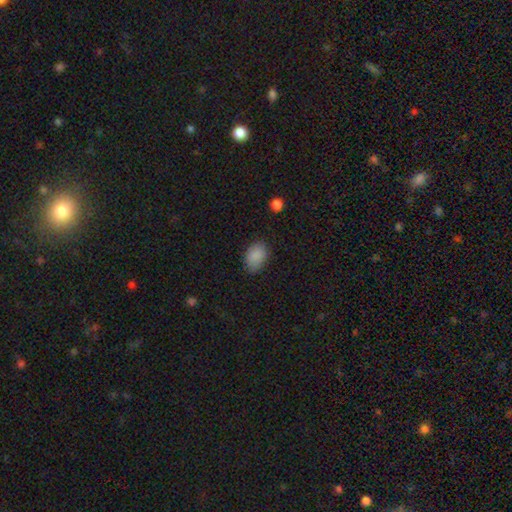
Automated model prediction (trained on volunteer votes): Q: Smooth or featured?
A: smooth (88%); runner-up: star or artifact (8%)
Q: How rounded?
A: in between (86%); runner-up: round (13%)
Q: Merging?
A: none (79%); runner-up: minor disturbance (16%)